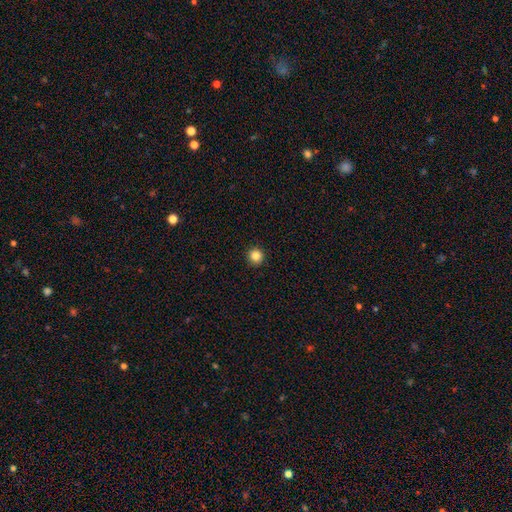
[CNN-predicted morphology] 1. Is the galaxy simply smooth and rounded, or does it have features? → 85% smooth, 11% star or artifact, 4% featured or disk.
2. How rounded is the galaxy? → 95% round, 4% in between, 1% cigar-shaped.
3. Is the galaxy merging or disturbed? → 93% none, 5% minor disturbance, 1% major disturbance, 1% merger.